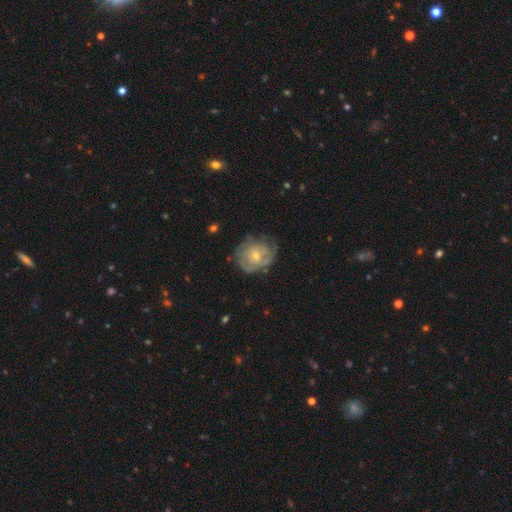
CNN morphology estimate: This appears to be a featured or disk galaxy (56%) with no bar (77%), spiral arms (58%) and a small central bulge (61%). Merging: none (54%).